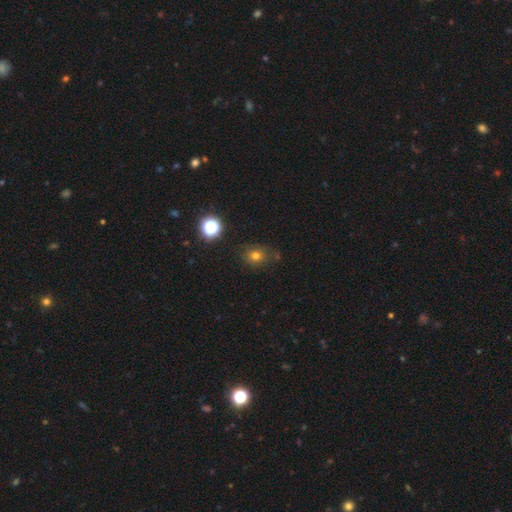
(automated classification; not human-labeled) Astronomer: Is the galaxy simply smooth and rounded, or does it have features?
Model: smooth — 70%.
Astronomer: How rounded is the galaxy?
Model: round — 67%.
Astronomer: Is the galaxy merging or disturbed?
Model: none — 74%.